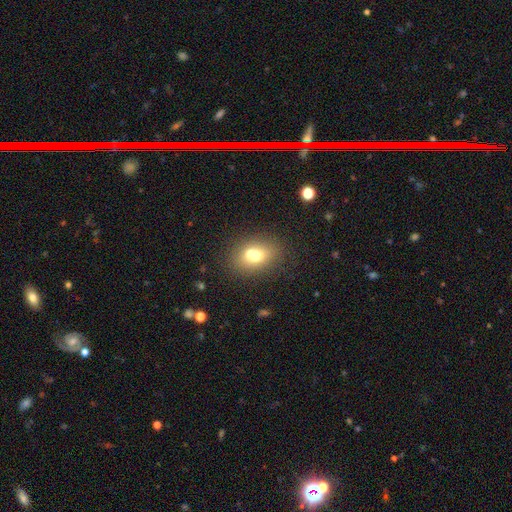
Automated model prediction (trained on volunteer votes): smooth-or-featured: smooth: 64% | featured or disk: 24% | star or artifact: 12%
  how-rounded: in between: 58% | round: 40% | cigar-shaped: 2%
  merging: merger: 44% | none: 42% | minor disturbance: 10% | major disturbance: 4%